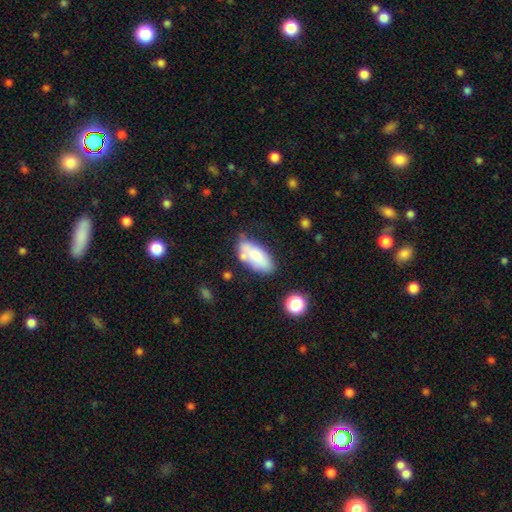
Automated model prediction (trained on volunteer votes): Smooth or featured: smooth — 69% (featured or disk — 23%)
How rounded: in between — 89% (cigar-shaped — 8%)
Merging: none — 53% (minor disturbance — 23%)